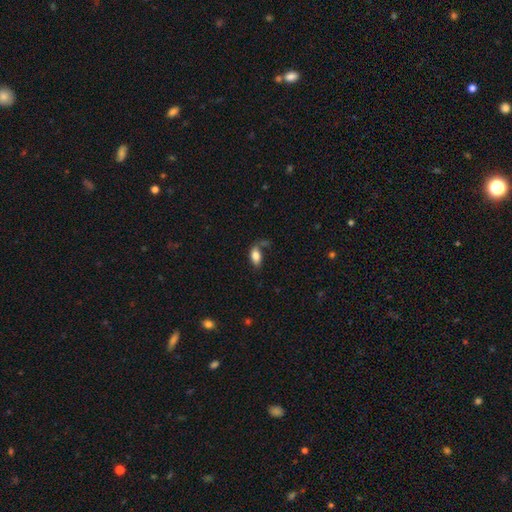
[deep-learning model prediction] The model was most divided on "merging": none: 55%, minor disturbance: 20%, major disturbance: 13%, merger: 12%. More confident: how rounded — in between (90%); smooth or featured — smooth (82%).